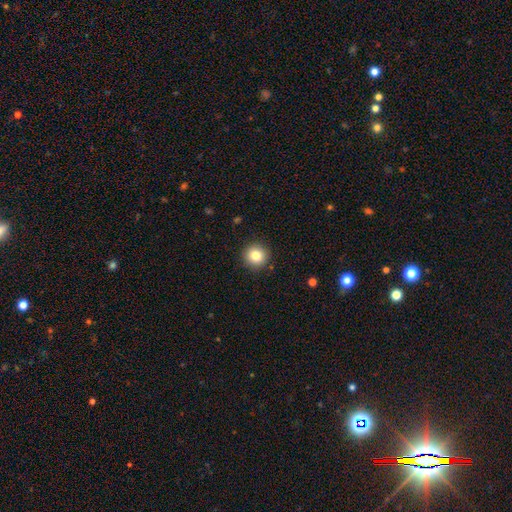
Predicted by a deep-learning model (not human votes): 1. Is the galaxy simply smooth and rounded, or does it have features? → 82% smooth, 11% star or artifact, 8% featured or disk.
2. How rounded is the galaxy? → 95% round, 4% in between, 1% cigar-shaped.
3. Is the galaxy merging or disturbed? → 91% none, 6% minor disturbance, 2% major disturbance, 1% merger.